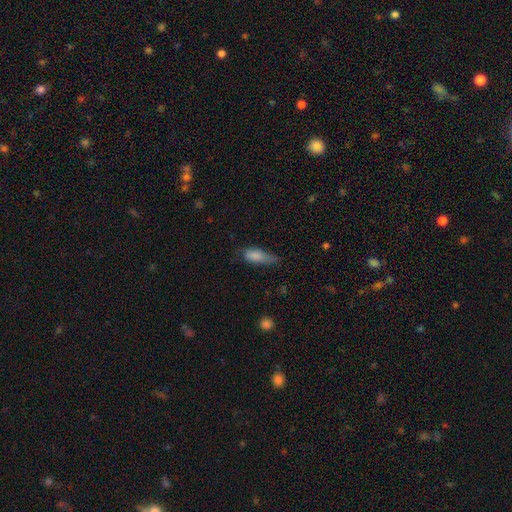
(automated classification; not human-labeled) Smooth or featured: smooth — 82% (featured or disk — 11%)
How rounded: in between — 69% (cigar-shaped — 29%)
Merging: minor disturbance — 41% (tied with none — 41%)